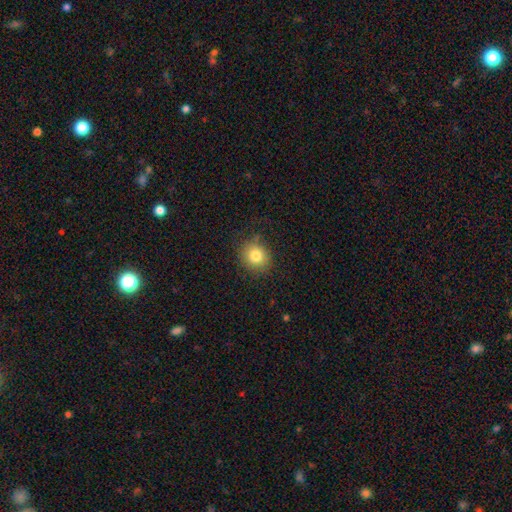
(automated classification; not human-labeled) Q: Smooth or featured?
A: smooth (81%); runner-up: star or artifact (11%)
Q: How rounded?
A: round (81%); runner-up: in between (18%)
Q: Merging?
A: none (82%); runner-up: minor disturbance (13%)